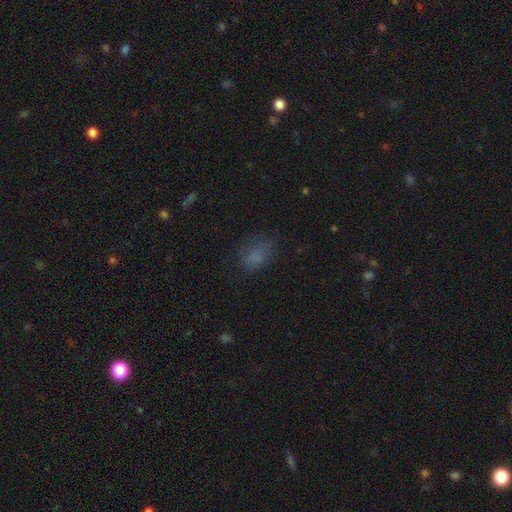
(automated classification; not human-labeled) Morphology: type=smooth (73%); roundness=in between (74%); merging=none (61%).